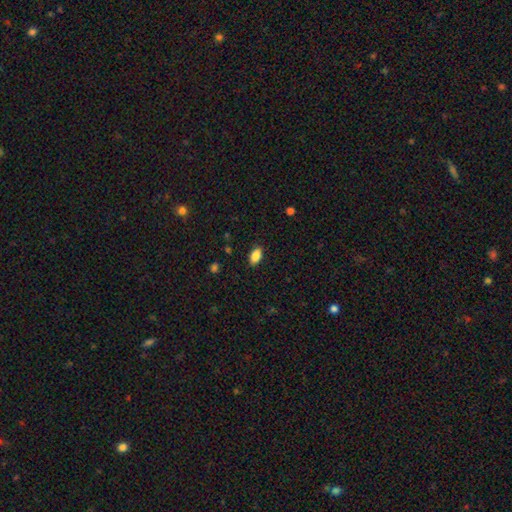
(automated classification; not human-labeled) This appears to be a smooth galaxy with no disk features (87%) that is in between round and cigar-shaped (91%). Merging: none (87%).